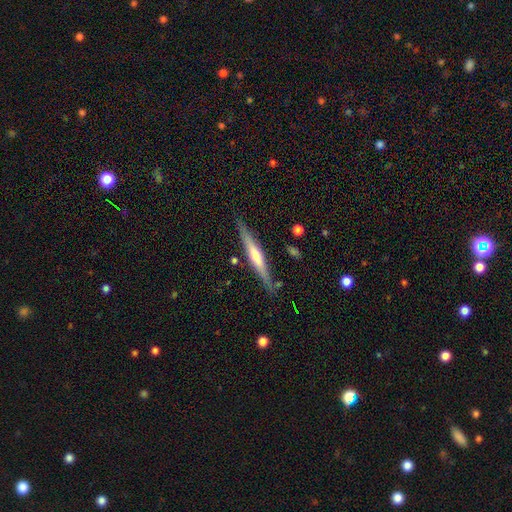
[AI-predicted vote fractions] Morphology: type=featured or disk (62%); edge-on=yes (96%); edge-on bulge=rounded (64%); merging=none (85%).